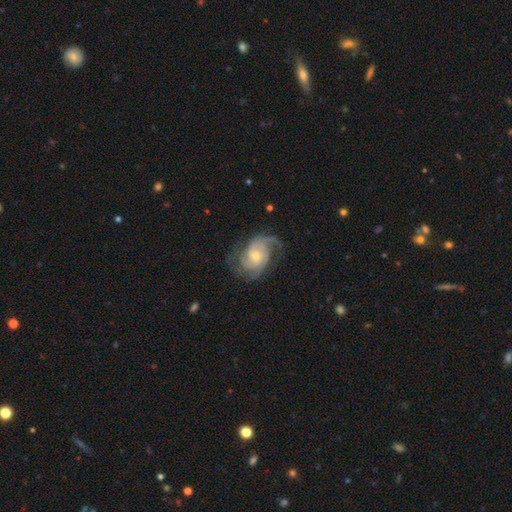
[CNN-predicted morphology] Q: Smooth or featured?
A: featured or disk (87%); runner-up: smooth (8%)
Q: Edge-on disk?
A: no (98%); runner-up: yes (2%)
Q: Bar?
A: no (69%); runner-up: weak (26%)
Q: Spiral arms?
A: yes (97%); runner-up: no (3%)
Q: Spiral winding?
A: medium (43%); runner-up: tight (39%)
Q: Spiral arm count?
A: 2 (38%); runner-up: 3 (26%)
Q: Bulge size?
A: small (60%); runner-up: moderate (35%)
Q: Merging?
A: none (65%); runner-up: minor disturbance (19%)